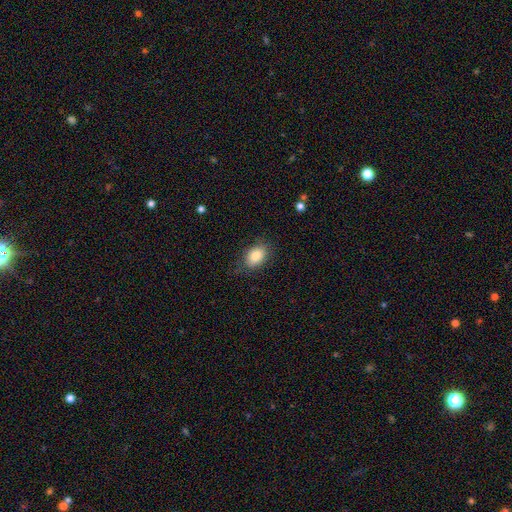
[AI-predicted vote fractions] Smooth or featured: smooth — 85% (star or artifact — 8%)
How rounded: in between — 84% (round — 15%)
Merging: none — 80% (minor disturbance — 15%)